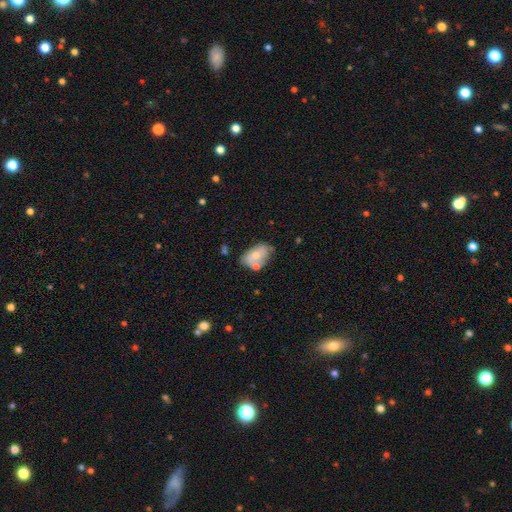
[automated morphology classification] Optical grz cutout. It shows a smooth galaxy with no disk features (60%) that is in between round and cigar-shaped (89%). Merging: none (49%).